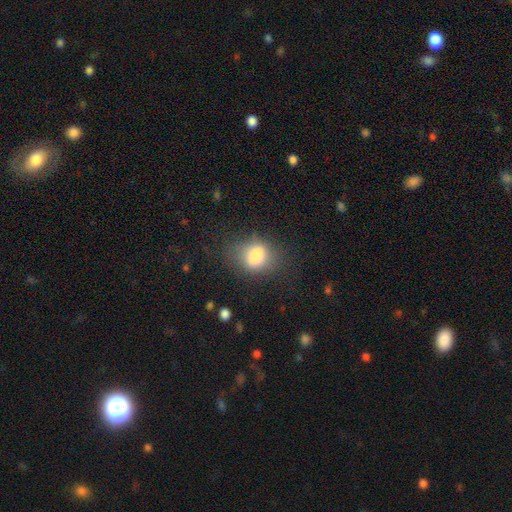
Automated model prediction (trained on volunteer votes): smooth_or_featured: smooth (p=0.75) [alt: featured or disk p=0.14]
how_rounded: in between (p=0.66) [alt: round p=0.31]
merging: none (p=0.67) [alt: minor disturbance p=0.20]